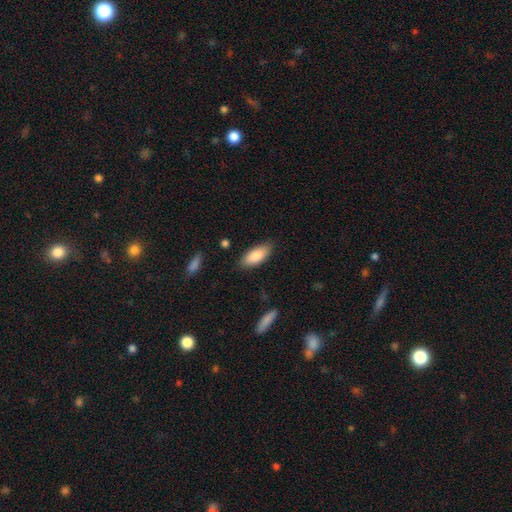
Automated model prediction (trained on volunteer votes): Q: Smooth or featured?
A: smooth (86%); runner-up: featured or disk (8%)
Q: How rounded?
A: in between (85%); runner-up: cigar-shaped (13%)
Q: Merging?
A: none (84%); runner-up: minor disturbance (12%)